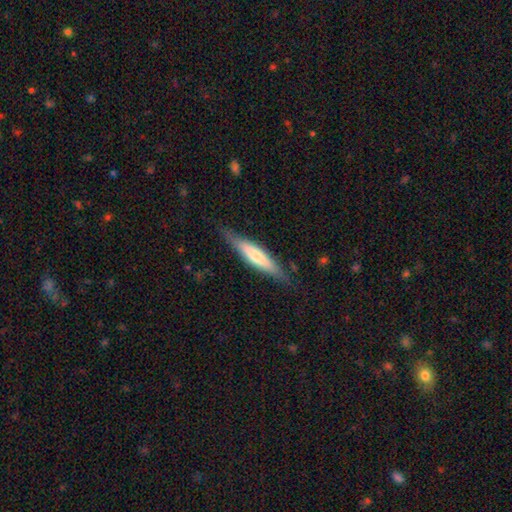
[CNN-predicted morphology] The model was most divided on "smooth or featured": smooth: 53%, featured or disk: 41%, star or artifact: 6%. More confident: how rounded — cigar-shaped (83%); merging — none (82%).